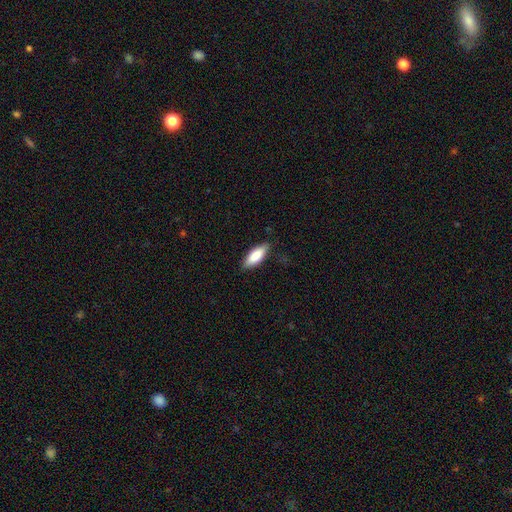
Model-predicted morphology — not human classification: Overall: smooth (82%). How rounded: in between (67%; cigar-shaped 31%). Merging: none (83%).